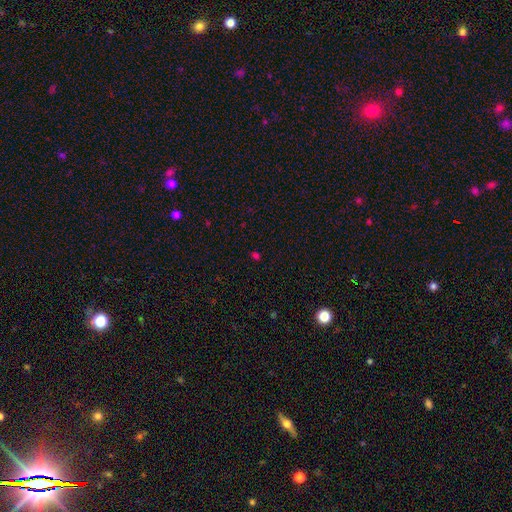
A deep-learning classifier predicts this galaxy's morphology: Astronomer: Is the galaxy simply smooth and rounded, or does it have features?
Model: smooth — 52% (runner-up: star or artifact, 43%).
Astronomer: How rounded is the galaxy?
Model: in between — 49%, tied with round at 49%.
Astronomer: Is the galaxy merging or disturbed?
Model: none — 81%.